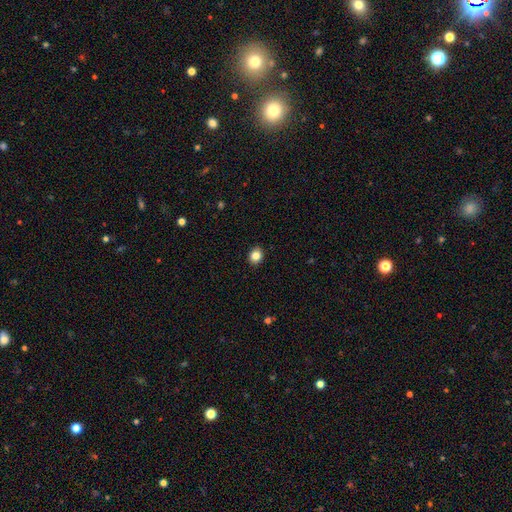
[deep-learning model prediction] Smooth or featured: smooth — 85% (star or artifact — 10%)
How rounded: round — 57% (in between — 42%)
Merging: none — 91% (minor disturbance — 6%)